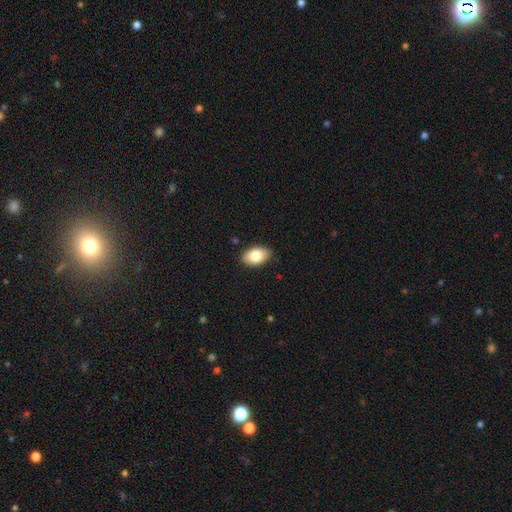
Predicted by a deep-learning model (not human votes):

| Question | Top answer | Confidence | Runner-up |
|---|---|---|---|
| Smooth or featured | smooth | 82% | featured or disk (11%) |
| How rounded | in between | 92% | round (7%) |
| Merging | none | 86% | minor disturbance (11%) |